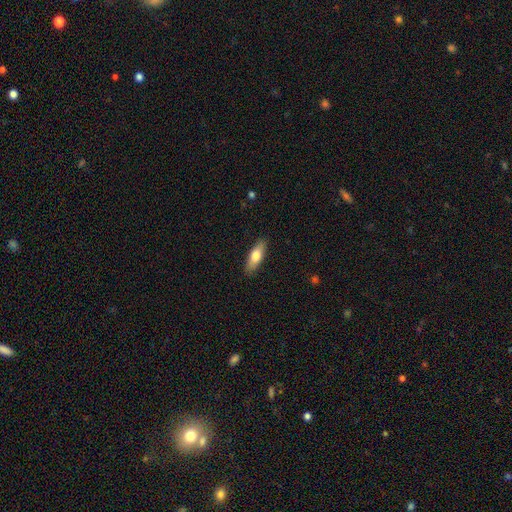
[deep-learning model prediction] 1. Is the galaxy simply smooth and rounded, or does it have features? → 71% smooth, 23% featured or disk, 6% star or artifact.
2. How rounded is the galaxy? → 59% in between, 38% cigar-shaped, 2% round.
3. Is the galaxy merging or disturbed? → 88% none, 9% minor disturbance, 2% major disturbance, 1% merger.